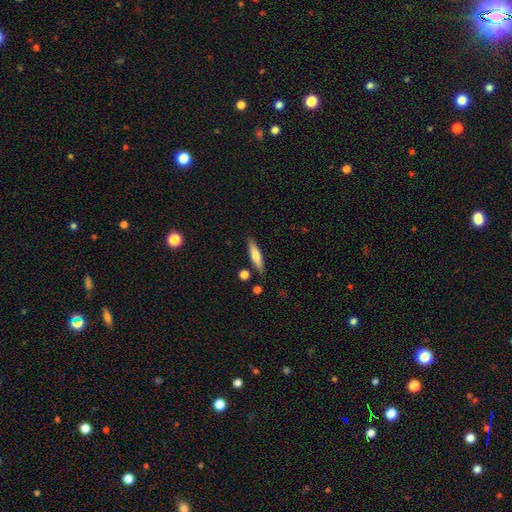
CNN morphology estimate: Smooth or featured? Predicted: smooth (p=0.64). How rounded? Predicted: cigar-shaped (p=0.82). Merging? Predicted: none (p=0.84).